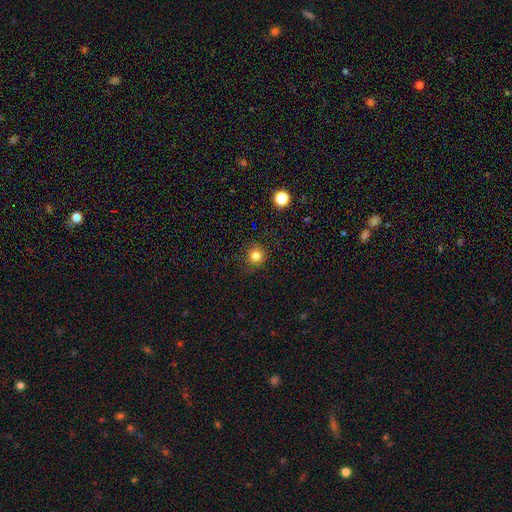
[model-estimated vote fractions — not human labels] Smooth or featured: smooth — 82% (star or artifact — 13%)
How rounded: round — 92% (in between — 7%)
Merging: none — 85% (minor disturbance — 11%)